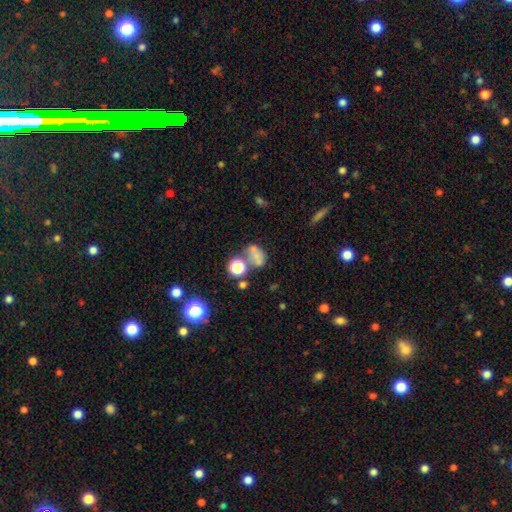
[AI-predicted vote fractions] The model was most divided on "merging": merger: 36%, none: 35%, minor disturbance: 16%, major disturbance: 13%. More confident: smooth or featured — smooth (61%); how rounded — in between (59%).